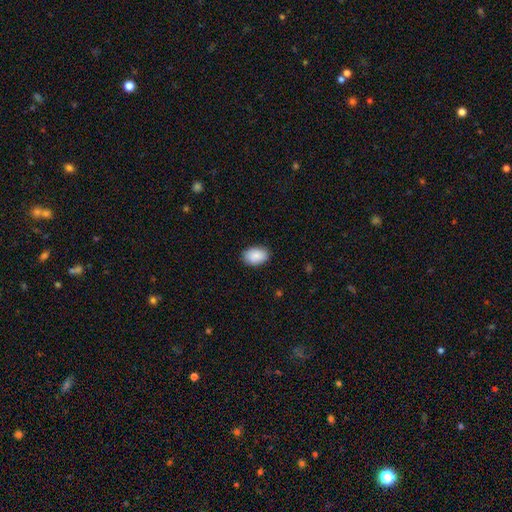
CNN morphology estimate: Smooth or featured? smooth (89%)
How rounded? in between (87%)
Merging? none (87%)